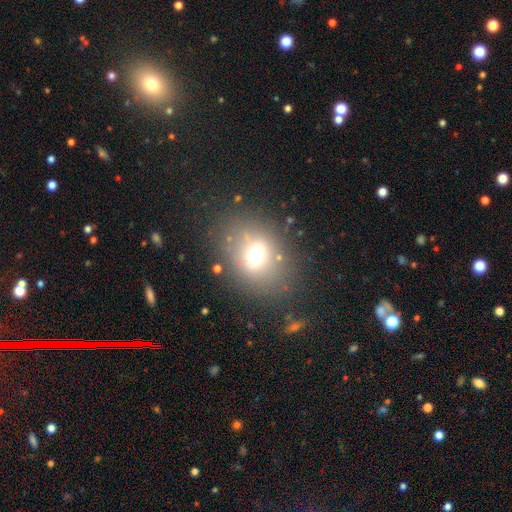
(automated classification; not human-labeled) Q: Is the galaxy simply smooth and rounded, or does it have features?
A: smooth — 61%.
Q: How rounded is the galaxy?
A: in between — 52%.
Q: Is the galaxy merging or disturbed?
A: none — 75%.